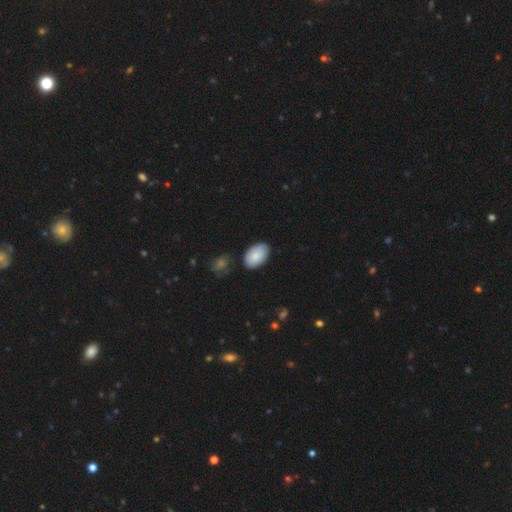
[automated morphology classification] smooth_or_featured: smooth (p=0.84) [alt: featured or disk p=0.10]
how_rounded: in between (p=0.93) [alt: round p=0.06]
merging: none (p=0.80) [alt: minor disturbance p=0.14]